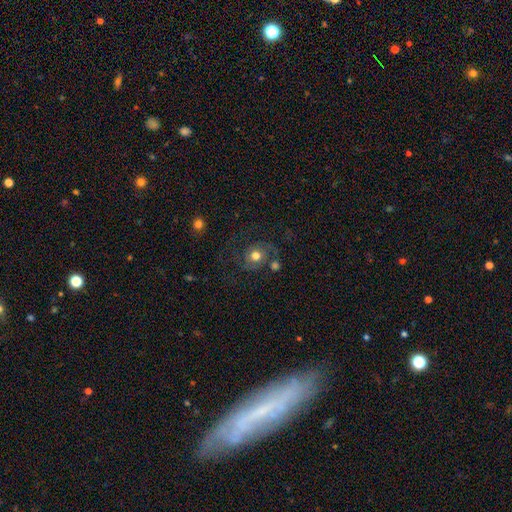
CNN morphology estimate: A smooth galaxy with no disk features (54%) that is round (77%). Merging: none (59%).